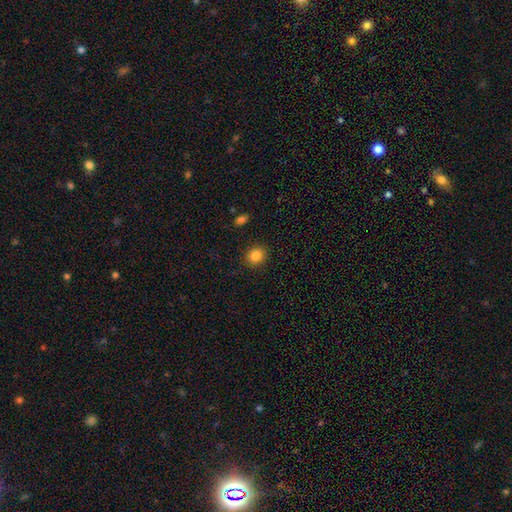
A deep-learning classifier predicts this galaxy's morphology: A smooth galaxy with no disk features (85%) that is round (76%). Merging: none (90%).